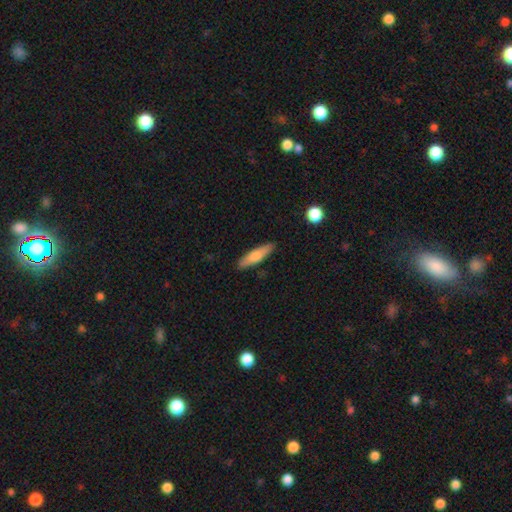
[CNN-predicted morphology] Smooth or featured? smooth (67%)
How rounded? cigar-shaped (73%)
Merging? none (88%)